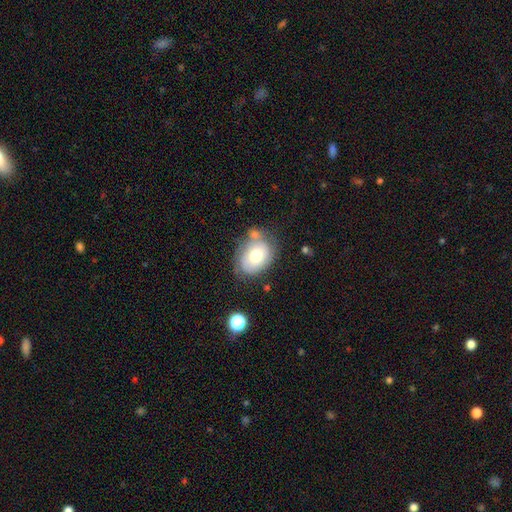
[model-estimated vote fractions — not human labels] Smooth or featured? smooth (64%)
How rounded? in between (69%)
Merging? none (57%)